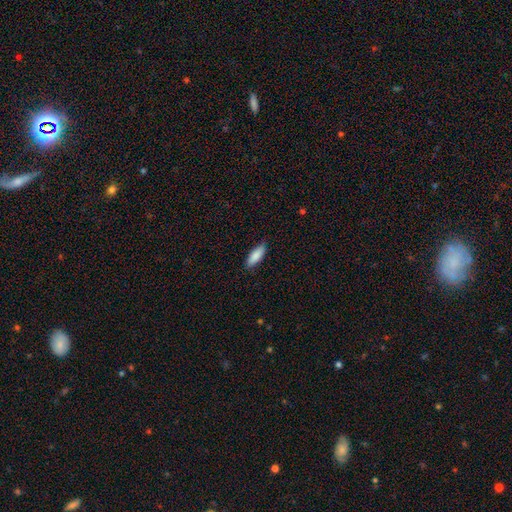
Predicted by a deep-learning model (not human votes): Overall: smooth (86%). How rounded: in between (62%; cigar-shaped 37%). Merging: none (86%).